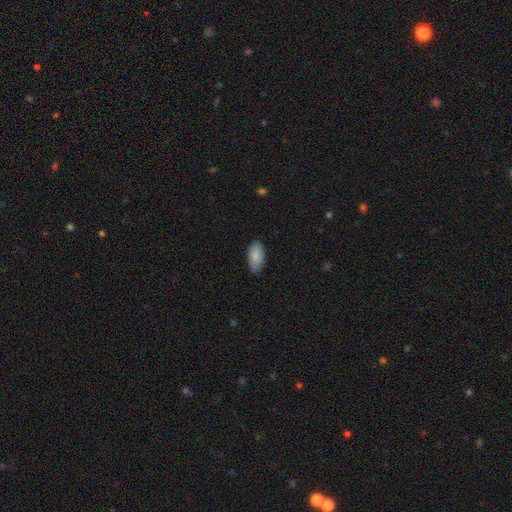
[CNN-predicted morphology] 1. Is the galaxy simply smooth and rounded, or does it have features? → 86% smooth, 8% featured or disk, 6% star or artifact.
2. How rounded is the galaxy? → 93% in between, 4% cigar-shaped, 2% round.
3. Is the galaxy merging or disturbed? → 83% none, 14% minor disturbance, 2% major disturbance, 1% merger.